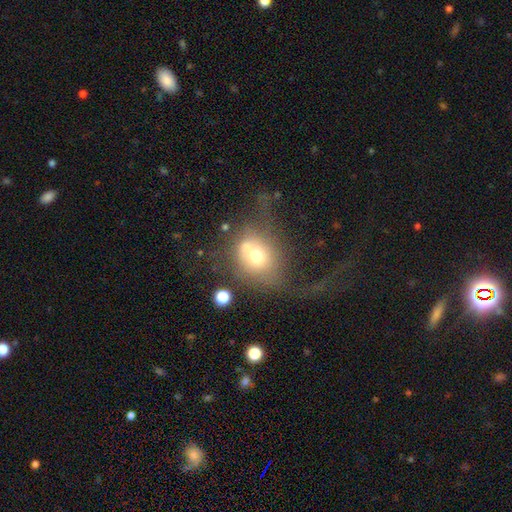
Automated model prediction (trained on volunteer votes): smooth-or-featured: smooth: 57% | featured or disk: 29% | star or artifact: 13%
  how-rounded: round: 63% | in between: 35% | cigar-shaped: 1%
  merging: major disturbance: 38% | none: 25% | merger: 21% | minor disturbance: 16%